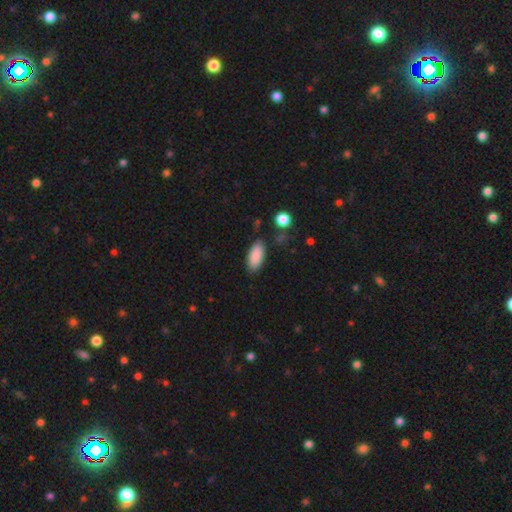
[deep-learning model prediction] Overall: smooth (89%). How rounded: in between (88%). Merging: none (81%).